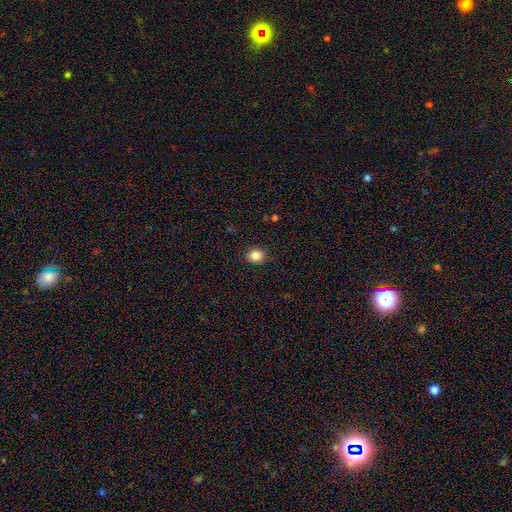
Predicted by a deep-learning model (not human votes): Smooth or featured: smooth — 84% (star or artifact — 10%)
How rounded: round — 61% (in between — 39%)
Merging: none — 89% (minor disturbance — 8%)